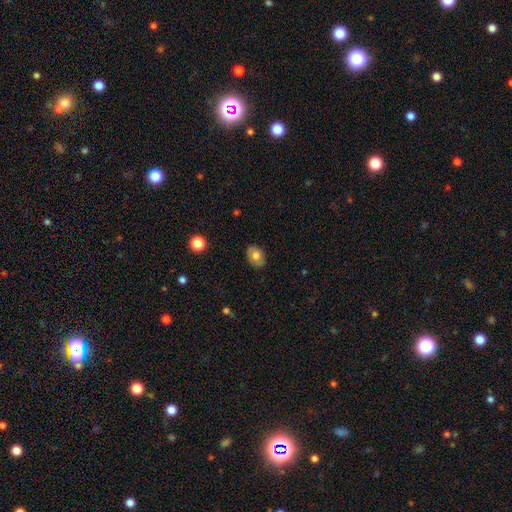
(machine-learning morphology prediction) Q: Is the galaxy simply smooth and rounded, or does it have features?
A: smooth — 75%.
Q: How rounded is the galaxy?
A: in between — 74%.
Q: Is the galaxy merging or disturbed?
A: none — 85%.